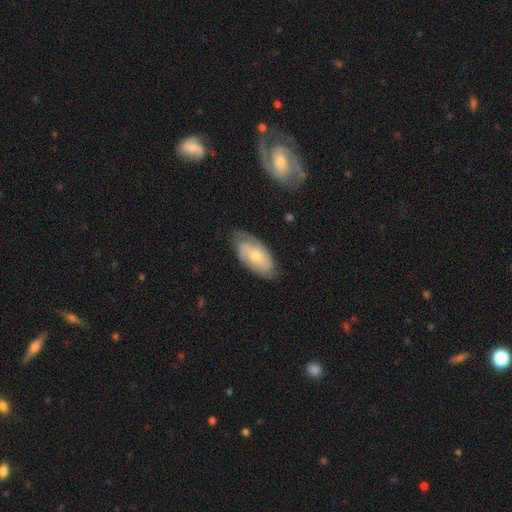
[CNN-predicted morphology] Q: Smooth or featured?
A: featured or disk (51%); runner-up: smooth (43%)
Q: Edge-on disk?
A: no (91%); runner-up: yes (9%)
Q: Merging?
A: none (68%); runner-up: minor disturbance (25%)